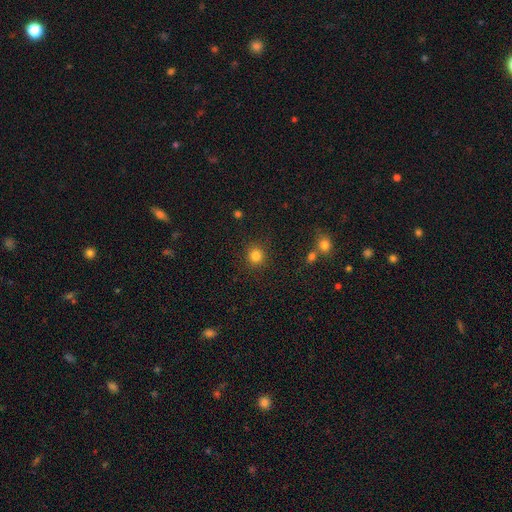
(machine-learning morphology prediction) A smooth galaxy with no disk features (83%) that is round (92%).

Vote fractions:
- Smooth or featured? smooth: 83% / star or artifact: 13% / featured or disk: 5%
- How rounded? round: 92% / in between: 7% / cigar-shaped: 1%
- Merging? none: 90% / minor disturbance: 6% / major disturbance: 3% / merger: 2%